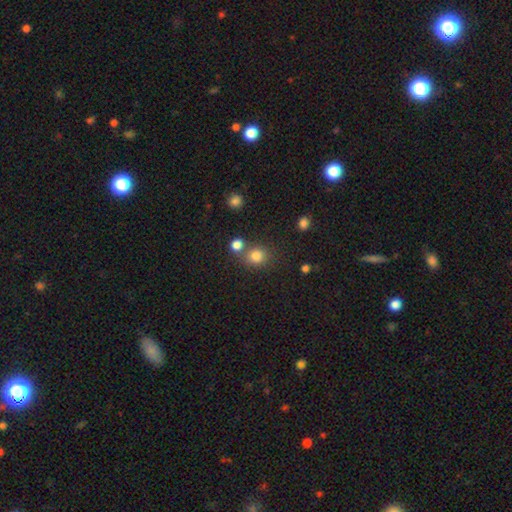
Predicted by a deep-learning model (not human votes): The model was most divided on "merging": none: 67%, merger: 20%, minor disturbance: 9%, major disturbance: 4%. More confident: smooth or featured — smooth (81%); how rounded — round (81%).